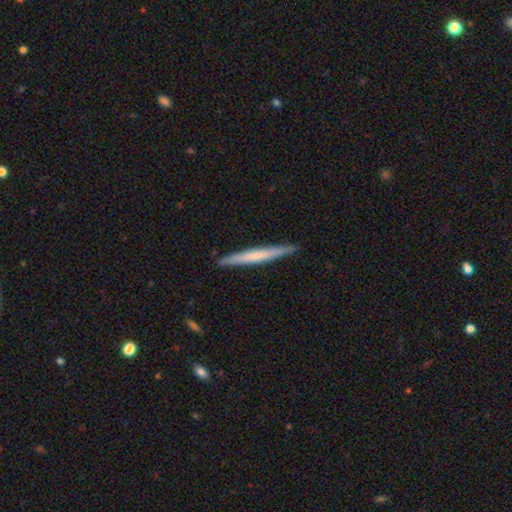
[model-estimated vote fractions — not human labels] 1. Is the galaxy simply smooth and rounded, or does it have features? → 51% smooth, 45% featured or disk, 5% star or artifact.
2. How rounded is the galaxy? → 97% cigar-shaped, 2% in between, 1% round.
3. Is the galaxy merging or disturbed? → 91% none, 7% minor disturbance, 1% major disturbance, 1% merger.